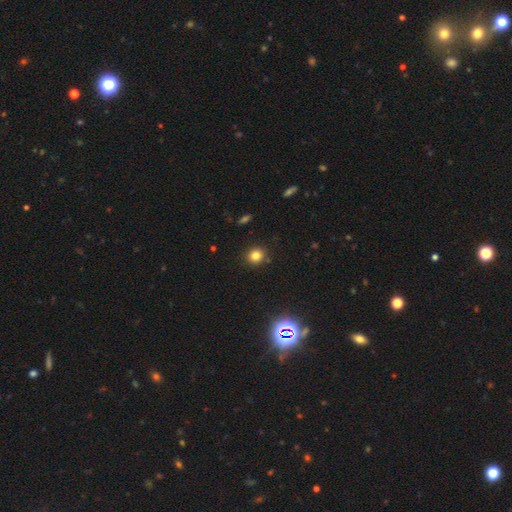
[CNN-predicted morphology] Smooth or featured?
  - smooth: 79% *
  - star or artifact: 15%
  - featured or disk: 6%
How rounded?
  - round: 84% *
  - in between: 15%
  - cigar-shaped: 1%
Merging?
  - none: 89% *
  - minor disturbance: 7%
  - major disturbance: 2%
  - merger: 2%